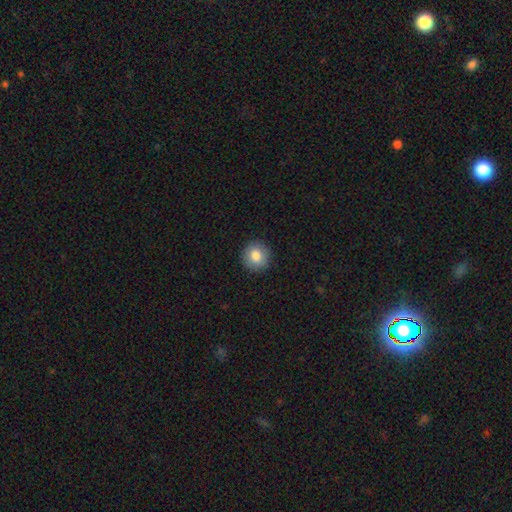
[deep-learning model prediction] This is clearly a smooth galaxy (82%). How rounded: clearly round (93%). Merging: clearly none (92%).